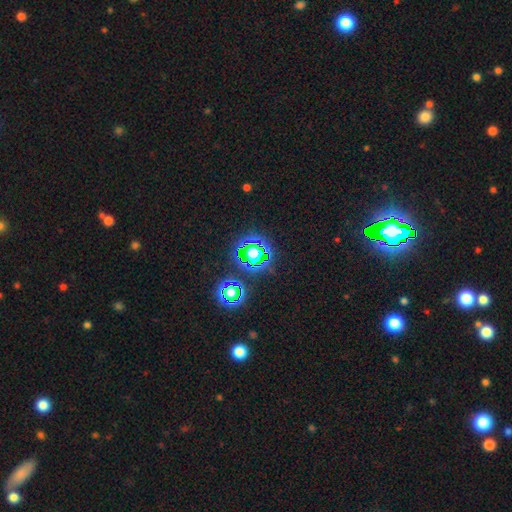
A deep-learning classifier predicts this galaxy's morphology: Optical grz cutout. It shows a star or artifact, not a galaxy (59%).